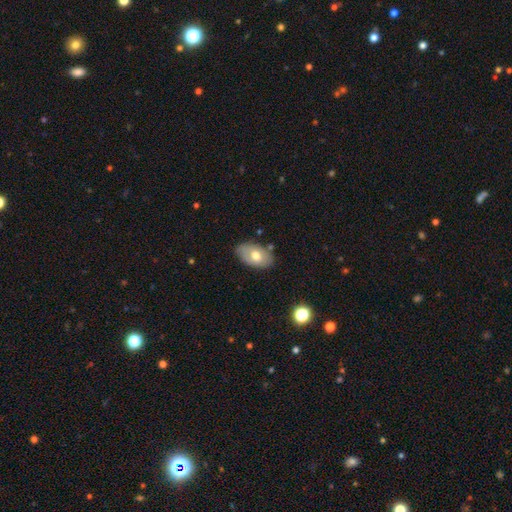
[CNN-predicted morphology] Smooth or featured? Predicted: smooth (p=0.63). How rounded? Predicted: in between (p=0.92). Merging? Predicted: none (p=0.77).